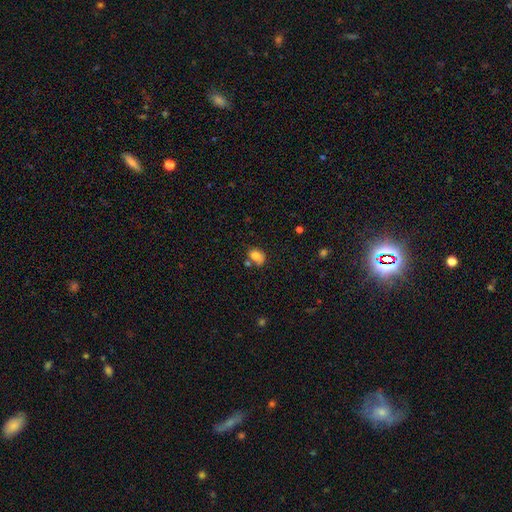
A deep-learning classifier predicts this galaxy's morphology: The model was most divided on "how rounded": round: 51%, in between: 48%, cigar-shaped: 1%. Remaining: smooth or featured — smooth (75%); merging — none (40%).